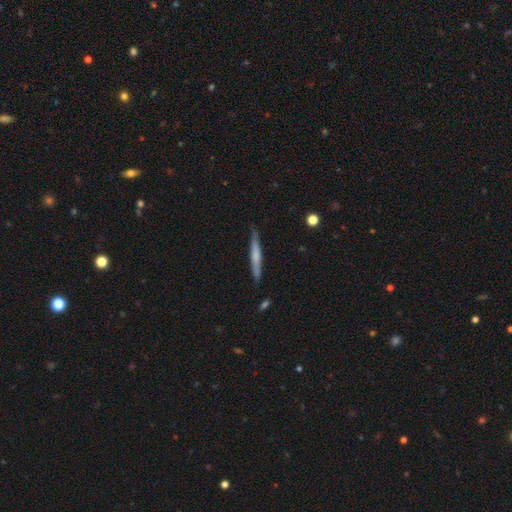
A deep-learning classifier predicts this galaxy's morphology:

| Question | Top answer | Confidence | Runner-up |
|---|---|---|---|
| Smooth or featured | smooth | 55% | featured or disk (40%) |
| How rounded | cigar-shaped | 96% | in between (3%) |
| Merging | none | 86% | minor disturbance (11%) |